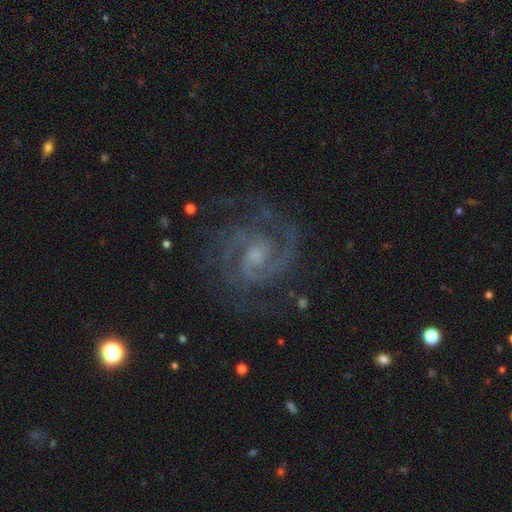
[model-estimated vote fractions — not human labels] Smooth or featured? Predicted: featured or disk (p=0.91). Edge-on disk? Predicted: no (p=0.98). Bar? Predicted: weak (p=0.46). Spiral arms? Predicted: yes (p=0.98). Spiral winding? Predicted: medium (p=0.48). Spiral arm count? Predicted: 2 (p=0.70). Bulge size? Predicted: small (p=0.46). Merging? Predicted: none (p=0.76).